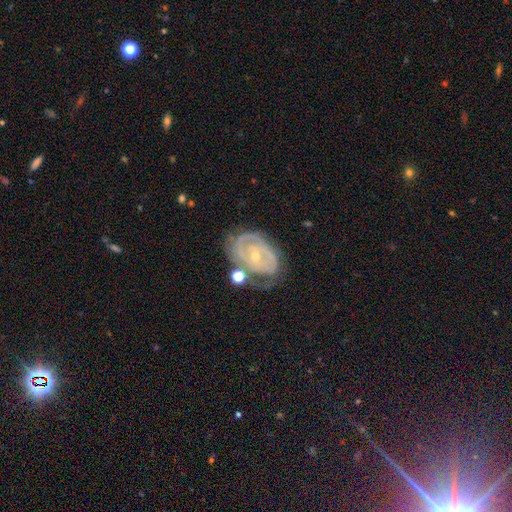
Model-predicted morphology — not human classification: This appears to be a featured or disk galaxy (83%) with no bar (60%), 2 (44%) tight (71%) spiral arms (88%) and a small central bulge (71%). Merging: none (58%).